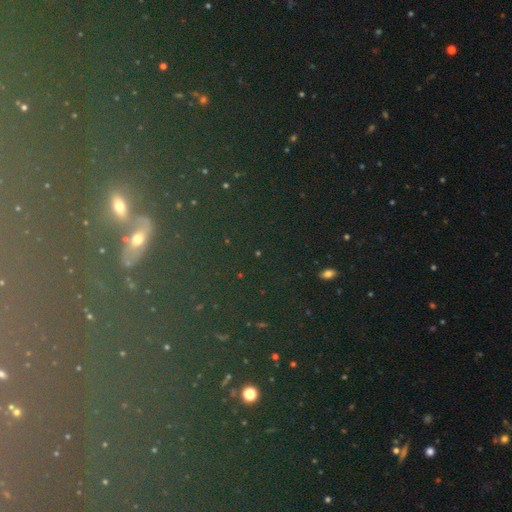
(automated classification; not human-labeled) Smooth or featured: star or artifact — 73% (smooth — 16%)